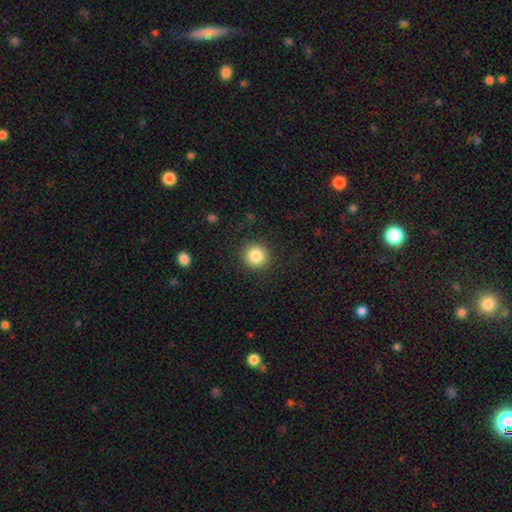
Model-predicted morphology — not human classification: smooth 85%, star or artifact 10%, featured or disk 5%. Down the decision tree: how rounded — round (94%); merging — none (91%).